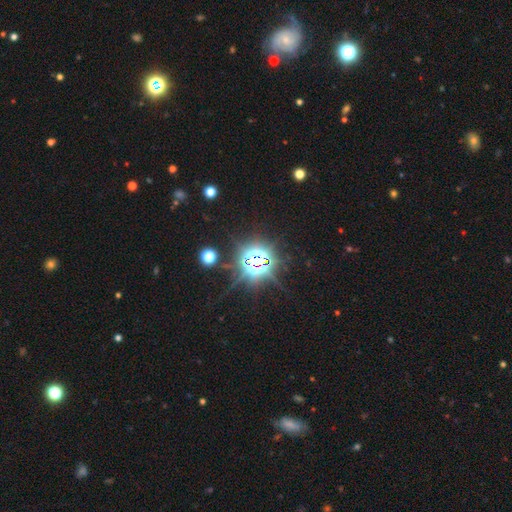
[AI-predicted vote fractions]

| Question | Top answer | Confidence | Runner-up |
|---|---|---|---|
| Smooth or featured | star or artifact | 83% | smooth (9%) |